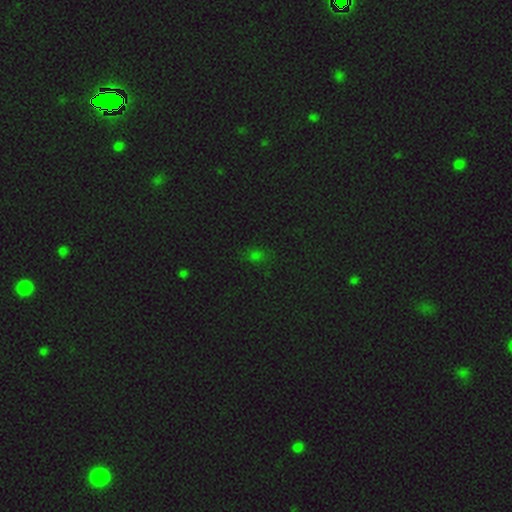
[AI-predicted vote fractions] The model was most divided on "how rounded": in between: 56%, round: 41%, cigar-shaped: 3%. More confident: merging — none (76%); smooth or featured — smooth (57%).